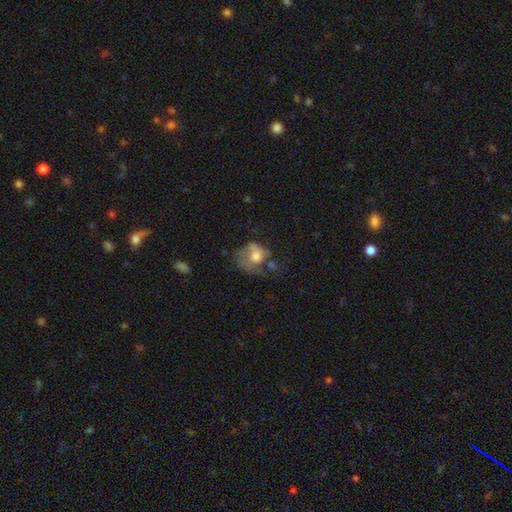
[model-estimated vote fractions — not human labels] A smooth galaxy with no disk features (59%) that is round (58%).

Vote fractions:
- Smooth or featured? smooth: 59% / featured or disk: 32% / star or artifact: 9%
- How rounded? round: 58% / in between: 41% / cigar-shaped: 1%
- Merging? major disturbance: 42% / none: 25% / minor disturbance: 25% / merger: 7%